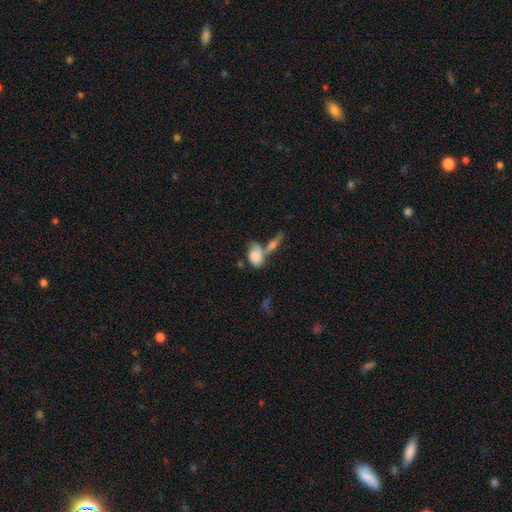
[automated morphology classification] type=smooth (74%); roundness=in between (88%); merging=merger (46%).